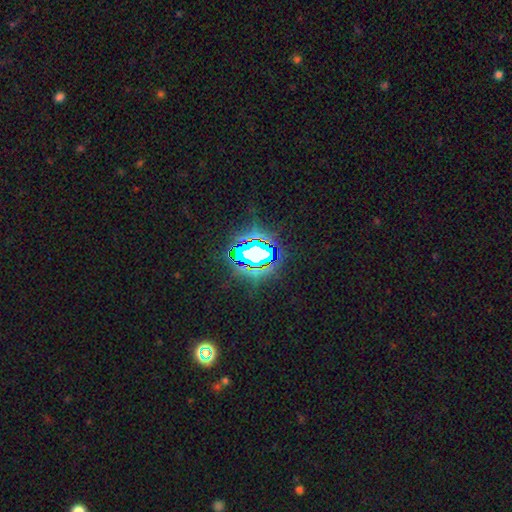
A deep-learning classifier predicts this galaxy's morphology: star or artifact 74%, smooth 13%, featured or disk 12%.